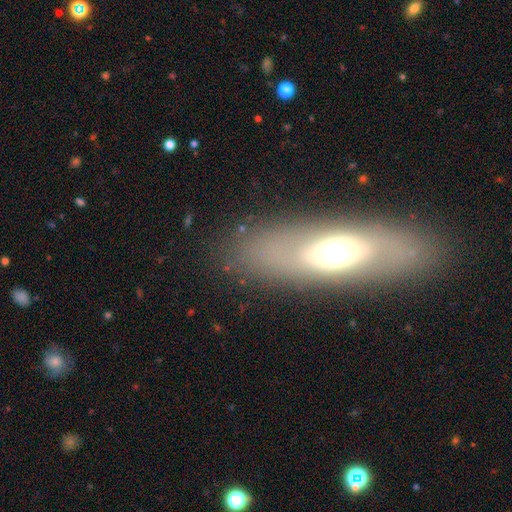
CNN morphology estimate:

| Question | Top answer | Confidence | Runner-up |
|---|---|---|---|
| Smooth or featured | smooth | 48% | featured or disk (33%) |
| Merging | none | 73% | minor disturbance (14%) |